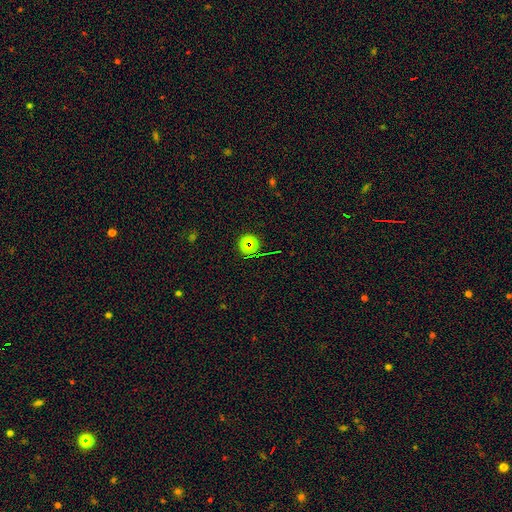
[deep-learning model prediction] Smooth or featured? star or artifact (72%)